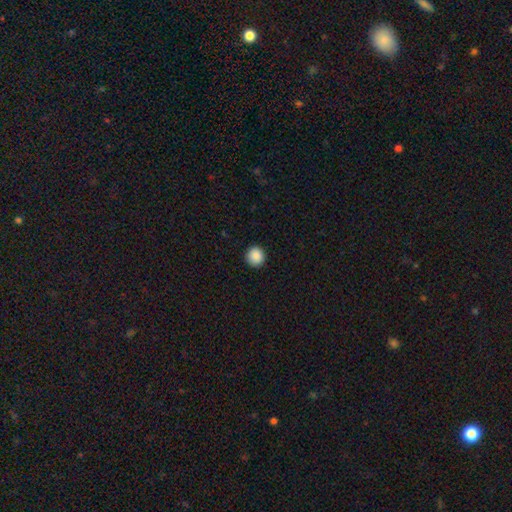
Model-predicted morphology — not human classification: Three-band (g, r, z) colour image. It shows a smooth galaxy with no disk features (89%) that is round (94%). Merging: none (92%).